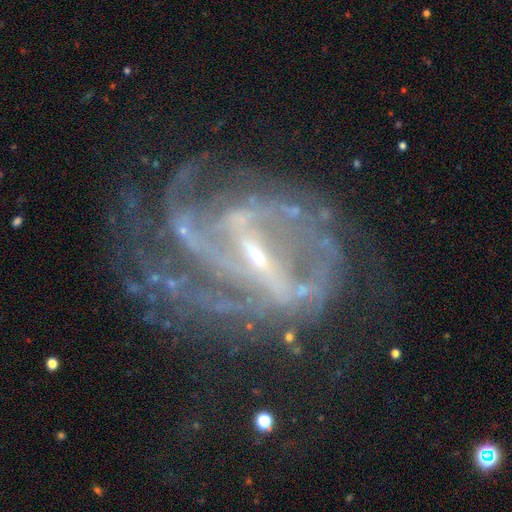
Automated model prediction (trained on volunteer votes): The model was most divided on "spiral arm count": 2: 29%, can't tell: 24%, 3: 20%, 4: 13%, more than 4: 8%, 1: 8%. Remaining: edge-on disk — no (97%); spiral arms — yes (95%); smooth or featured — featured or disk (89%); bulge size — small (77%); bar — strong (61%); merging — none (47%); spiral winding — medium (47%).